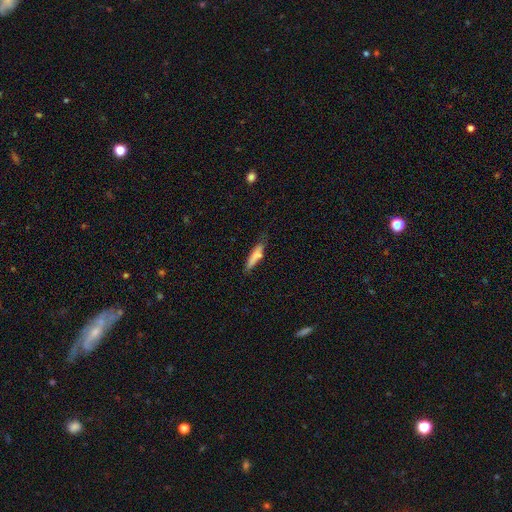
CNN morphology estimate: smooth_or_featured: smooth (p=0.76) [alt: featured or disk p=0.17]
how_rounded: cigar-shaped (p=0.79) [alt: in between p=0.19]
merging: none (p=0.65) [alt: minor disturbance p=0.23]